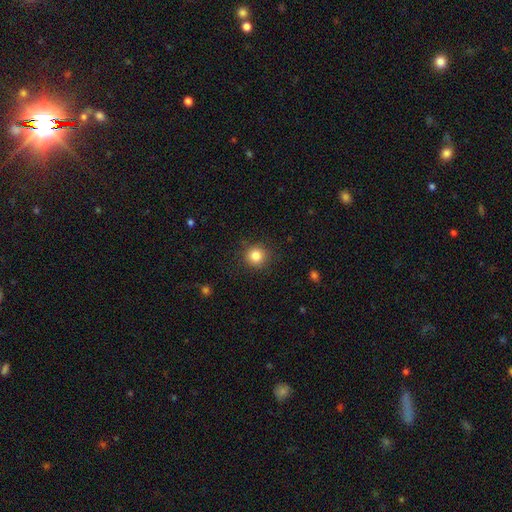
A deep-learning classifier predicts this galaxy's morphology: Q: Smooth or featured?
A: smooth (84%); runner-up: star or artifact (11%)
Q: How rounded?
A: round (93%); runner-up: in between (6%)
Q: Merging?
A: none (88%); runner-up: minor disturbance (8%)